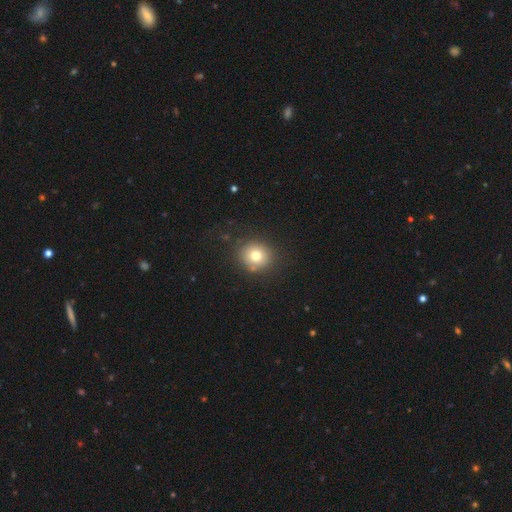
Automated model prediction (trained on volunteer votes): Q: Smooth or featured?
A: smooth (75%); runner-up: star or artifact (13%)
Q: How rounded?
A: round (84%); runner-up: in between (15%)
Q: Merging?
A: none (84%); runner-up: minor disturbance (10%)